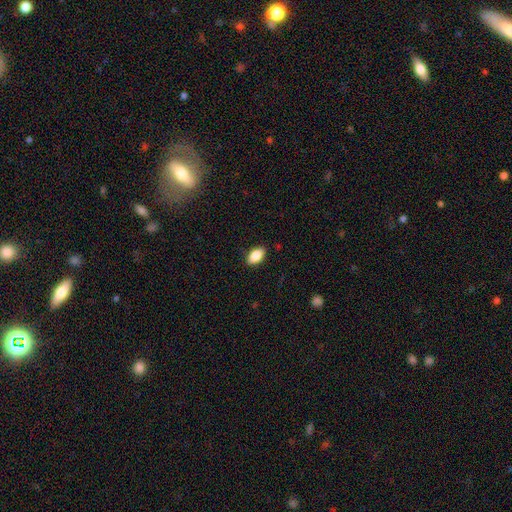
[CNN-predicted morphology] The model was most divided on "merging": none: 87%, minor disturbance: 10%, major disturbance: 2%, merger: 1%. More confident: how rounded — in between (91%); smooth or featured — smooth (86%).